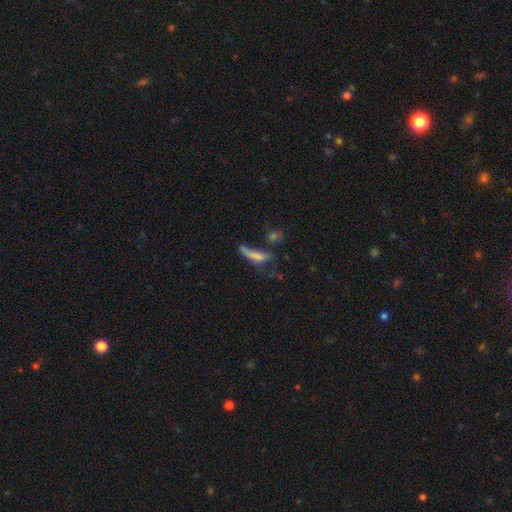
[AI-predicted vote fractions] The model was most divided on "merging" (2-way tie): major disturbance: 30%, none: 30%, minor disturbance: 21%, merger: 19%. More confident: smooth or featured — smooth (63%); how rounded — cigar-shaped (63%).